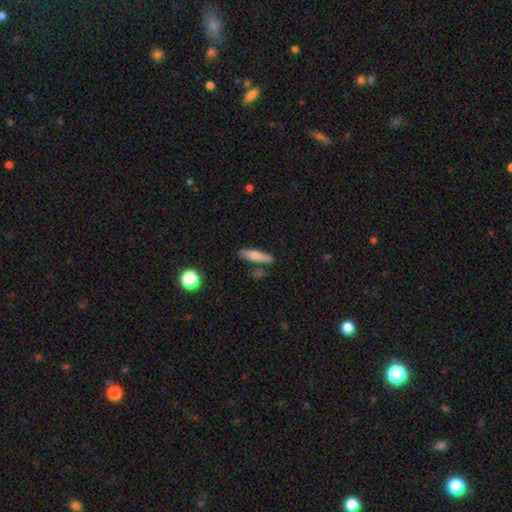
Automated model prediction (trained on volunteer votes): Smooth or featured?
  - smooth: 69% *
  - featured or disk: 25%
  - star or artifact: 7%
How rounded?
  - cigar-shaped: 74% *
  - in between: 24%
  - round: 3%
Merging?
  - none: 80% *
  - minor disturbance: 12%
  - merger: 5%
  - major disturbance: 3%